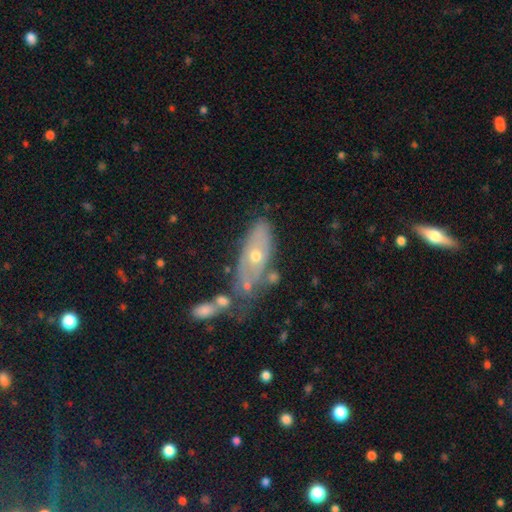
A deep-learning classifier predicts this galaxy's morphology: smooth-or-featured: featured or disk: 50% | smooth: 42% | star or artifact: 8%
  disk-edge-on: no: 76% | yes: 24%
  merging: none: 46% | minor disturbance: 23% | merger: 19% | major disturbance: 11%